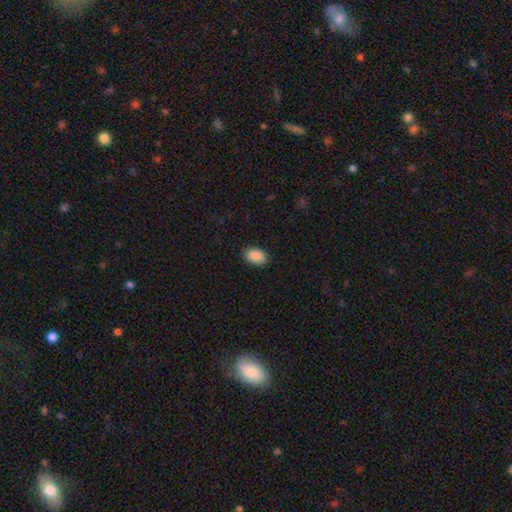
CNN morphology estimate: Q: Smooth or featured?
A: smooth (89%); runner-up: star or artifact (7%)
Q: How rounded?
A: in between (90%); runner-up: round (9%)
Q: Merging?
A: none (87%); runner-up: minor disturbance (10%)